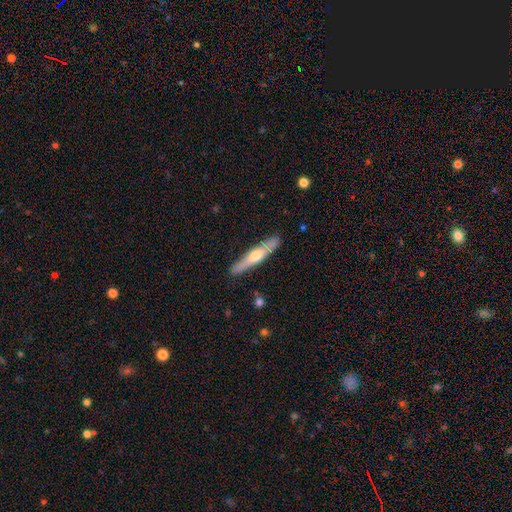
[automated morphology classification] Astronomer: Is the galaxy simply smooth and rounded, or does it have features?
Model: featured or disk — 55% (runner-up: smooth, 40%).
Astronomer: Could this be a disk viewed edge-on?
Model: yes — 93%.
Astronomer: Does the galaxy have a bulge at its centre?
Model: rounded — 87%.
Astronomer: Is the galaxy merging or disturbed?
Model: none — 88%.